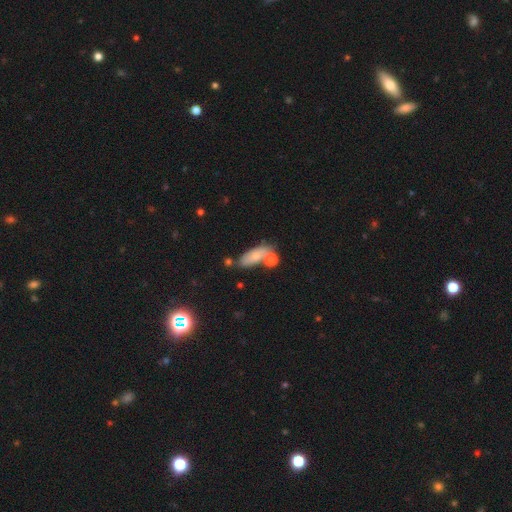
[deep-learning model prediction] A smooth galaxy with no disk features (71%) that is in between round and cigar-shaped (72%). Merging: none (57%).